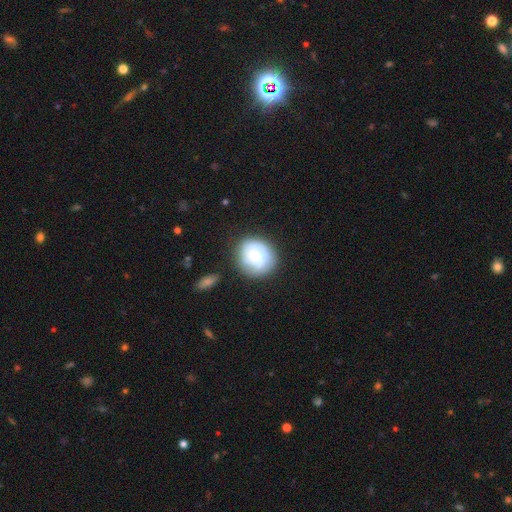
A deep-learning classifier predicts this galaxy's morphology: type=smooth (58%); roundness=round (79%); merging=none (68%).